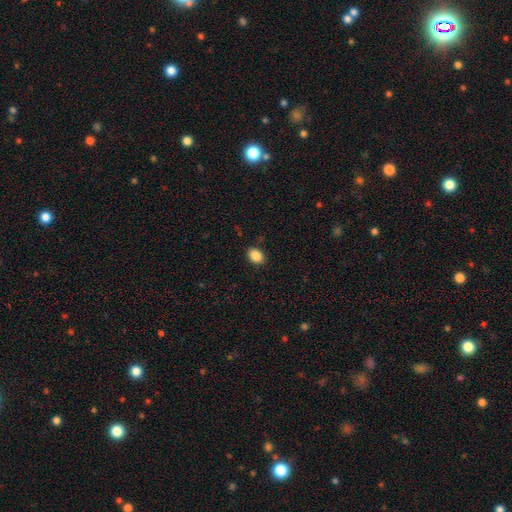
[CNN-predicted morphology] Smooth or featured?
  - smooth: 88% *
  - star or artifact: 8%
  - featured or disk: 4%
How rounded?
  - in between: 78% *
  - round: 21%
  - cigar-shaped: 1%
Merging?
  - none: 88% *
  - minor disturbance: 9%
  - major disturbance: 2%
  - merger: 1%